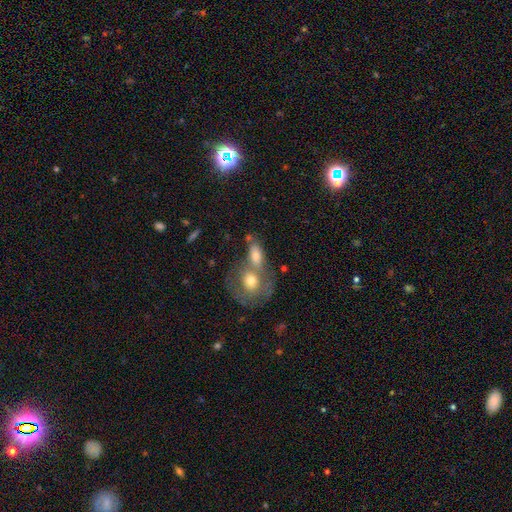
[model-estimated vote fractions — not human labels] Smooth or featured: smooth — 69% (featured or disk — 23%)
How rounded: in between — 74% (round — 18%)
Merging: merger — 52% (none — 32%)